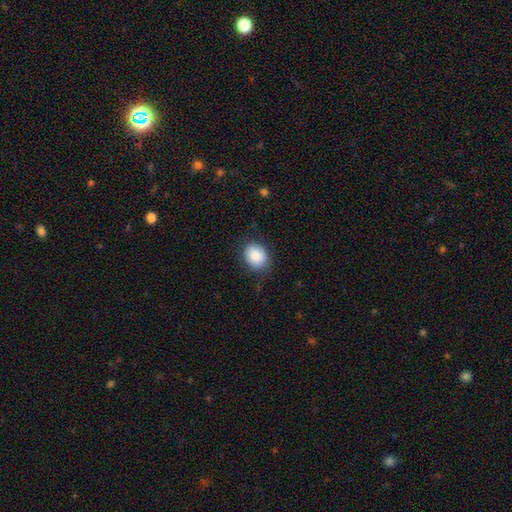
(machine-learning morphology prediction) smooth-or-featured: smooth: 89% | star or artifact: 7% | featured or disk: 4%
  how-rounded: in between: 51% | round: 48% | cigar-shaped: 1%
  merging: none: 83% | minor disturbance: 13% | major disturbance: 3% | merger: 1%